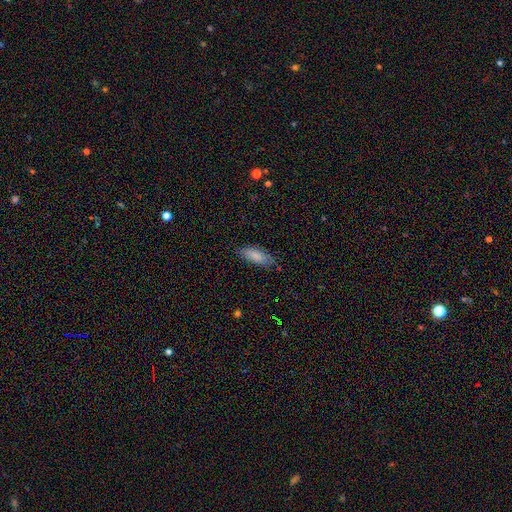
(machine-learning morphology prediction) Smooth or featured: smooth — 85% (featured or disk — 9%)
How rounded: in between — 73% (cigar-shaped — 26%)
Merging: none — 79% (minor disturbance — 17%)